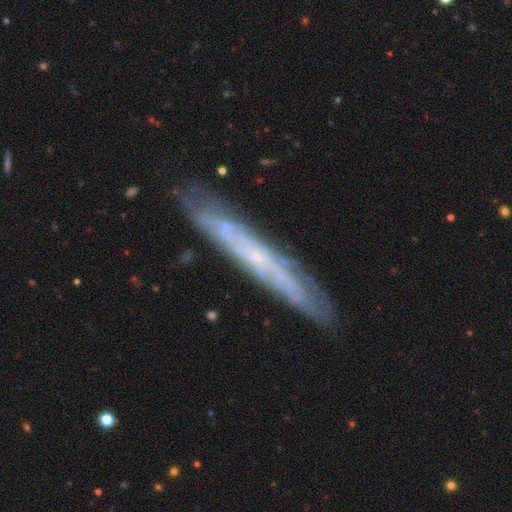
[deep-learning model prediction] smooth-or-featured: featured or disk: 68% | smooth: 25% | star or artifact: 7%
  disk-edge-on: yes: 73% | no: 27%
  merging: none: 84% | minor disturbance: 12% | major disturbance: 2% | merger: 2%